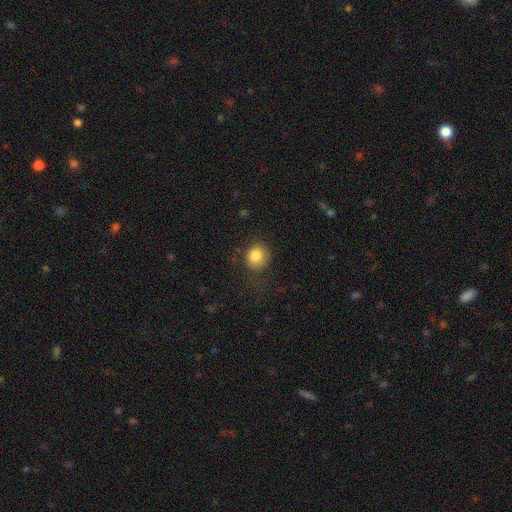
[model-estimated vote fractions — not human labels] Q: Smooth or featured?
A: smooth (83%); runner-up: star or artifact (10%)
Q: How rounded?
A: round (83%); runner-up: in between (16%)
Q: Merging?
A: none (74%); runner-up: minor disturbance (16%)